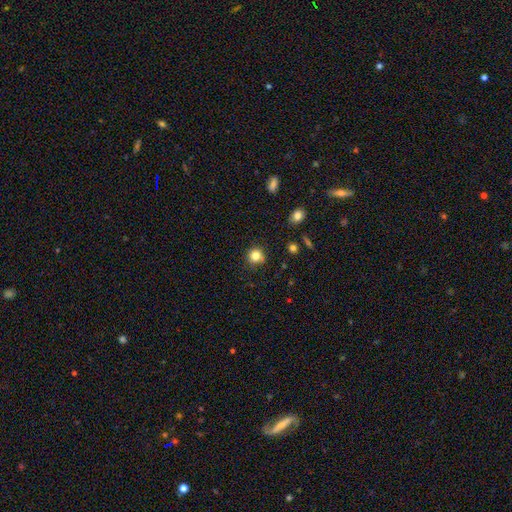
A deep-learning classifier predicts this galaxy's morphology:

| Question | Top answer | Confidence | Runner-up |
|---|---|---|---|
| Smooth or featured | smooth | 82% | star or artifact (12%) |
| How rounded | round | 91% | in between (8%) |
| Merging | none | 83% | minor disturbance (12%) |